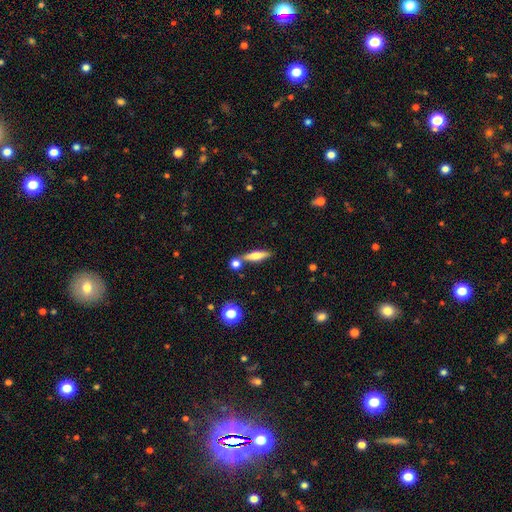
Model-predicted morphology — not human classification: Overall: smooth (56%; featured or disk 36%). How rounded: cigar-shaped (70%). Merging: none (69%).